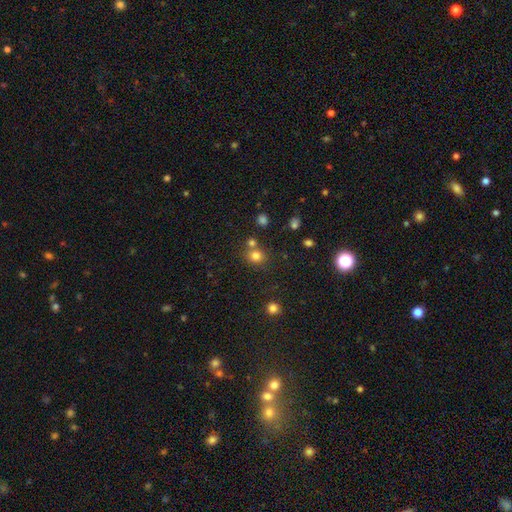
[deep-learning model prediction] A smooth galaxy with no disk features (79%) that is round (84%).

Vote fractions:
- Smooth or featured? smooth: 79% / star or artifact: 15% / featured or disk: 6%
- How rounded? round: 84% / in between: 15% / cigar-shaped: 1%
- Merging? none: 67% / merger: 21% / minor disturbance: 9% / major disturbance: 3%